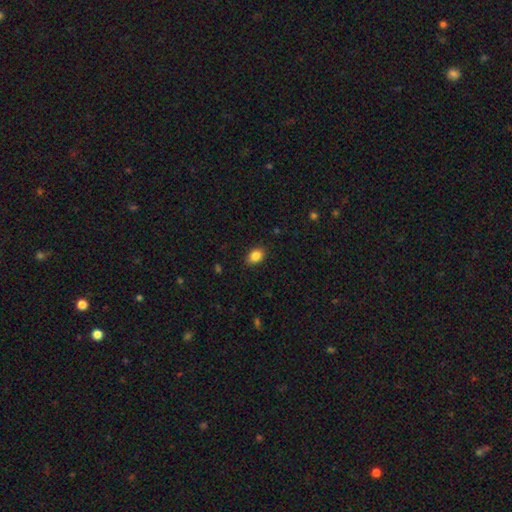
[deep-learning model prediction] The model was most divided on "how rounded": in between: 75%, round: 24%, cigar-shaped: 1%. More confident: smooth or featured — smooth (86%); merging — none (86%).